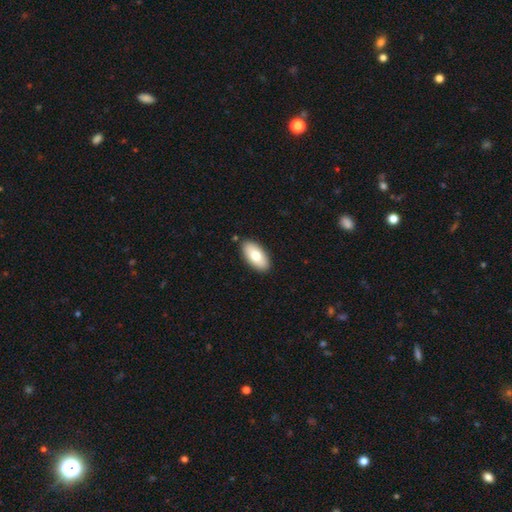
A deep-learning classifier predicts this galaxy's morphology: Smooth or featured?
  - smooth: 75% *
  - featured or disk: 19%
  - star or artifact: 6%
How rounded?
  - in between: 94% *
  - cigar-shaped: 4%
  - round: 2%
Merging?
  - none: 89% *
  - minor disturbance: 8%
  - major disturbance: 2%
  - merger: 2%